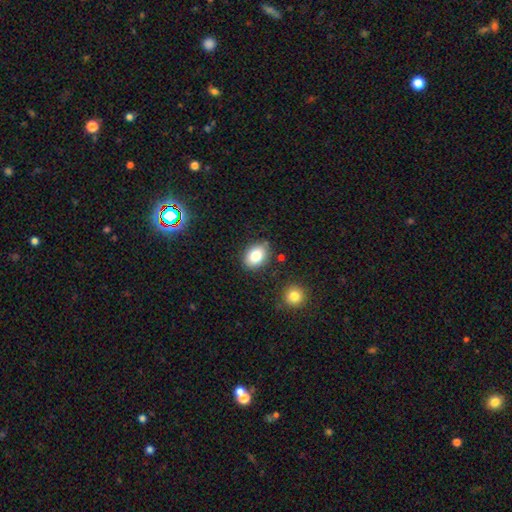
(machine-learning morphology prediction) This is clearly a smooth galaxy (82%). How rounded: likely in between (71%). Merging: clearly none (80%).